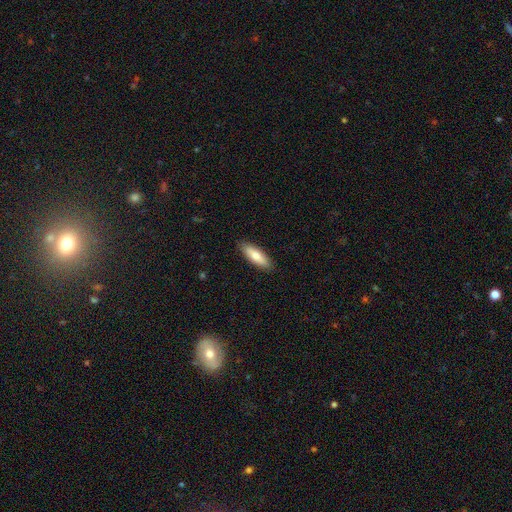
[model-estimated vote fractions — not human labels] Morphology: type=smooth (75%); roundness=in between (51%); merging=none (89%).